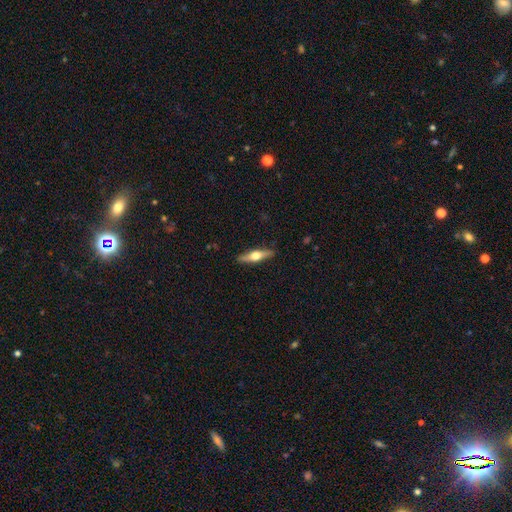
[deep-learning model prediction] Overall: featured or disk (60%; smooth 35%). Edge-on disk: yes (96%). Edge-on bulge: rounded (95%). Merging: none (89%).